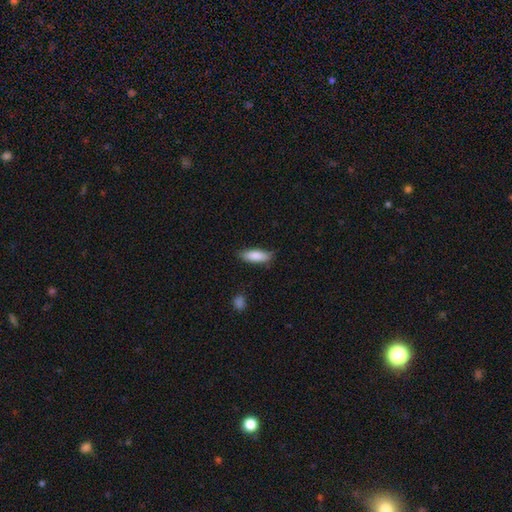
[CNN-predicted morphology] The model was most divided on "how rounded": in between: 62%, cigar-shaped: 37%, round: 2%. More confident: smooth or featured — smooth (86%); merging — none (79%).